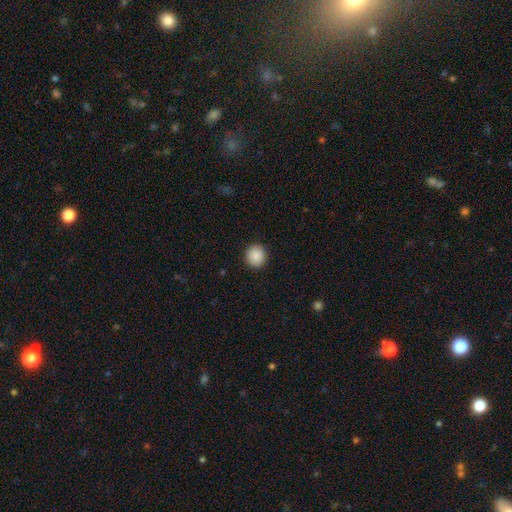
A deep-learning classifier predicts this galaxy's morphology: smooth-or-featured: smooth: 90% | star or artifact: 8% | featured or disk: 2%
  how-rounded: round: 91% | in between: 8% | cigar-shaped: 1%
  merging: none: 92% | minor disturbance: 5% | major disturbance: 2% | merger: 1%